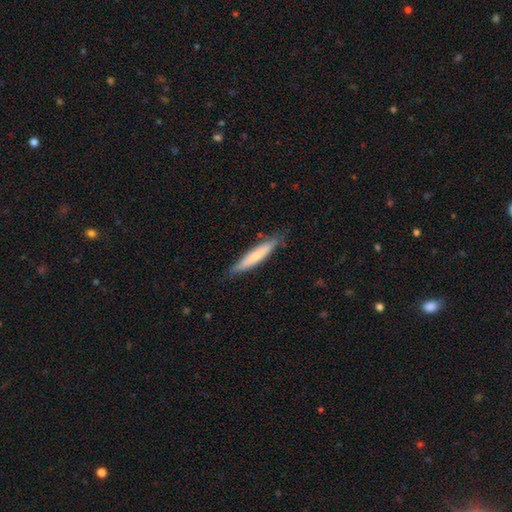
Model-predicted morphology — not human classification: A smooth galaxy with no disk features (68%) that is cigar-shaped (91%). Merging: none (81%).